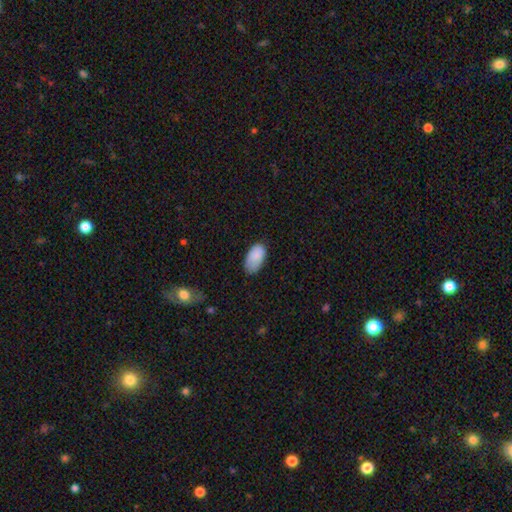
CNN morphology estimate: Smooth or featured? smooth (88%)
How rounded? in between (95%)
Merging? none (67%)